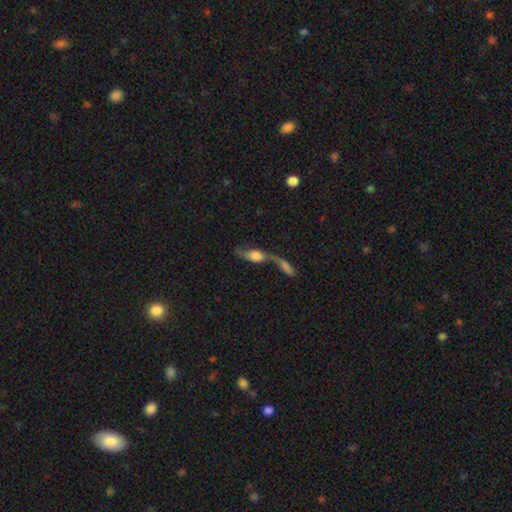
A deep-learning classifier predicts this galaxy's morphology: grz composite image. It shows a featured or disk galaxy (58%). Merging: merger (67%).